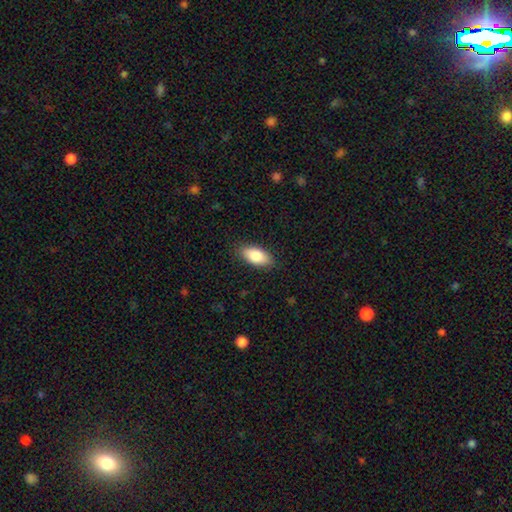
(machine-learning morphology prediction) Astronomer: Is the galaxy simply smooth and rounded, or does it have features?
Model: smooth — 83%.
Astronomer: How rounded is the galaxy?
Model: in between — 89%.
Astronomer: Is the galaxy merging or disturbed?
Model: none — 86%.